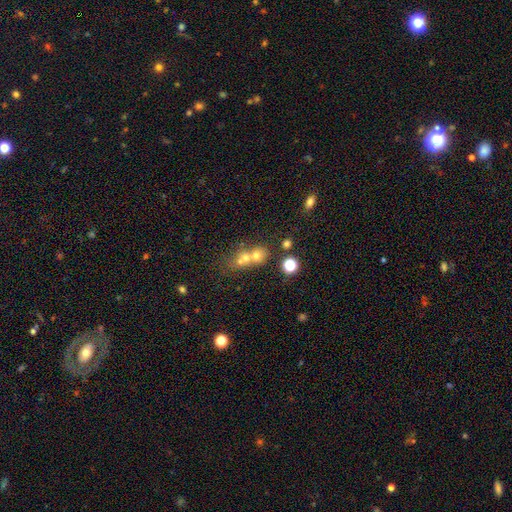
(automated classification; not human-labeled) Overall: smooth (54%; star or artifact 25%). How rounded: round (59%; in between 34%). Merging: merger (52%; none 35%).